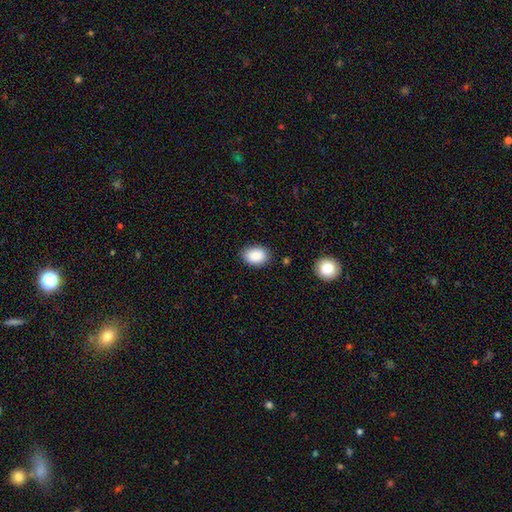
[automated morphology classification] smooth-or-featured: smooth: 88% | star or artifact: 7% | featured or disk: 5%
  how-rounded: in between: 82% | round: 17% | cigar-shaped: 1%
  merging: none: 85% | minor disturbance: 11% | major disturbance: 2% | merger: 2%